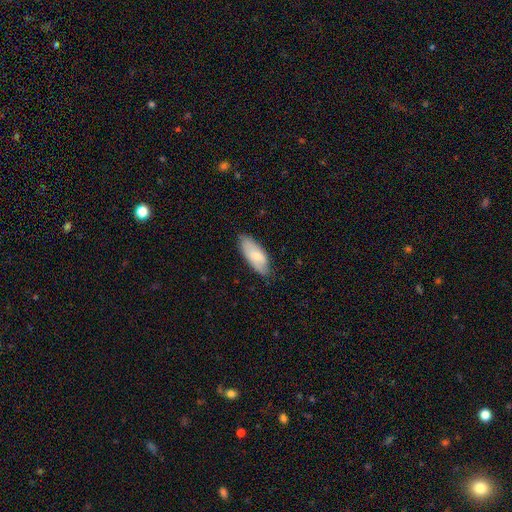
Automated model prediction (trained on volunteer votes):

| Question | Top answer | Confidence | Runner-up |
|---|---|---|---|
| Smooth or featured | smooth | 71% | featured or disk (23%) |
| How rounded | in between | 83% | cigar-shaped (15%) |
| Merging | none | 75% | minor disturbance (21%) |